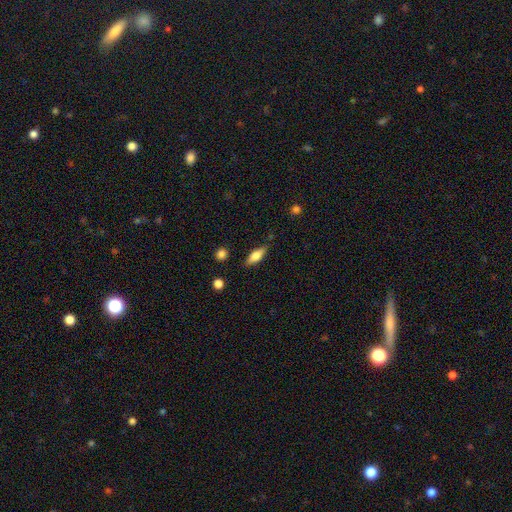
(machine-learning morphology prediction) This is likely a smooth galaxy (69%). How rounded: likely in between (68%). Merging: clearly none (81%).